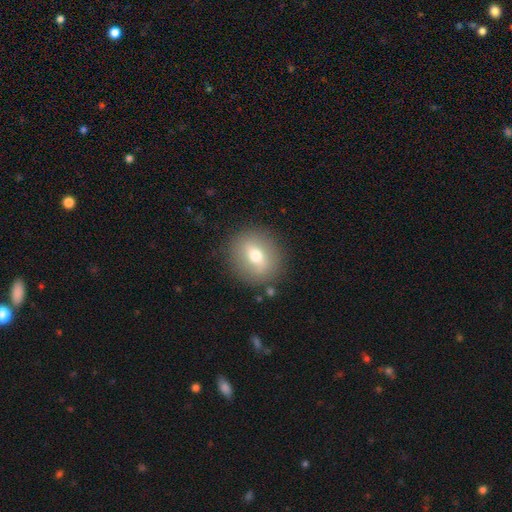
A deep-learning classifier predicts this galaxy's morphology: Smooth or featured: smooth — 59% (featured or disk — 31%)
How rounded: round — 81% (in between — 17%)
Merging: none — 86% (minor disturbance — 9%)